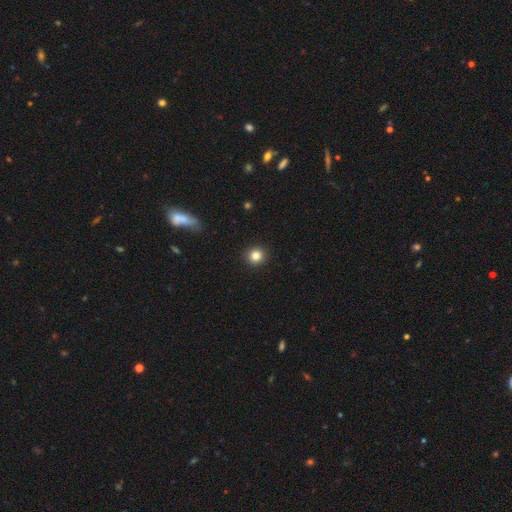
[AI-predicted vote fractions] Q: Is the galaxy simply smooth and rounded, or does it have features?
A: smooth — 83%.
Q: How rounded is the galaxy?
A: round — 91%.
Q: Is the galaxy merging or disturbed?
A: none — 92%.